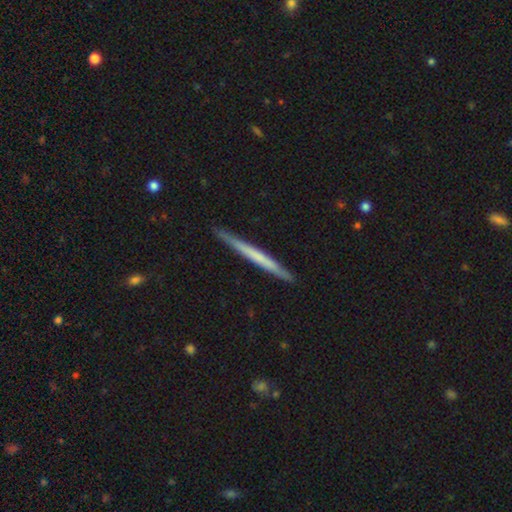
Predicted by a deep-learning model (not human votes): Smooth or featured? smooth (48%)
Merging? none (89%)